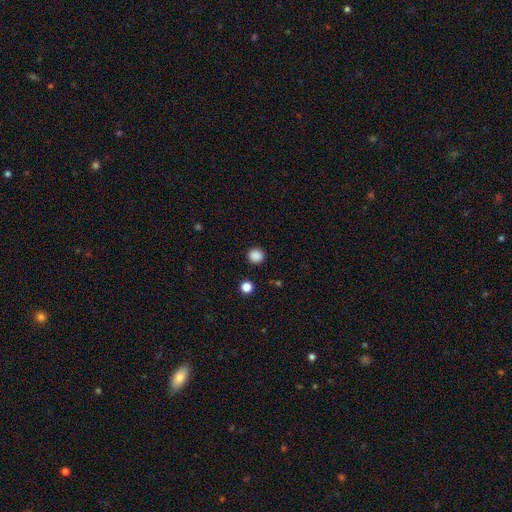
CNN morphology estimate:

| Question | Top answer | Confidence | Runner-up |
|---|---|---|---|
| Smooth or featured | smooth | 86% | star or artifact (12%) |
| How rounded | round | 92% | in between (7%) |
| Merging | none | 90% | minor disturbance (6%) |